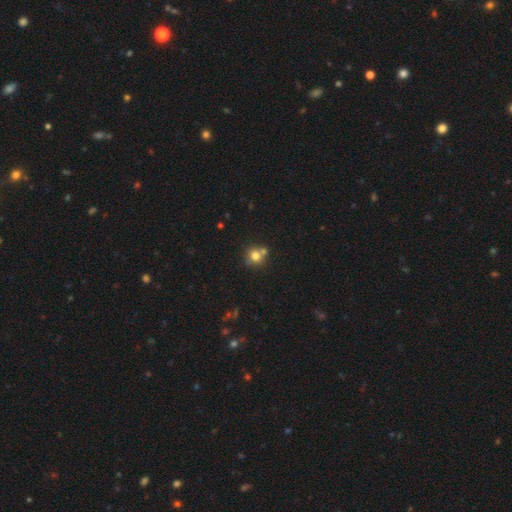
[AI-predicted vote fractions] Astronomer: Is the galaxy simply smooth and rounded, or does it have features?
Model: smooth — 75%.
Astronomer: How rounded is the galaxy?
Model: round — 86%.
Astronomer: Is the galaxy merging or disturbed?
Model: none — 60%.